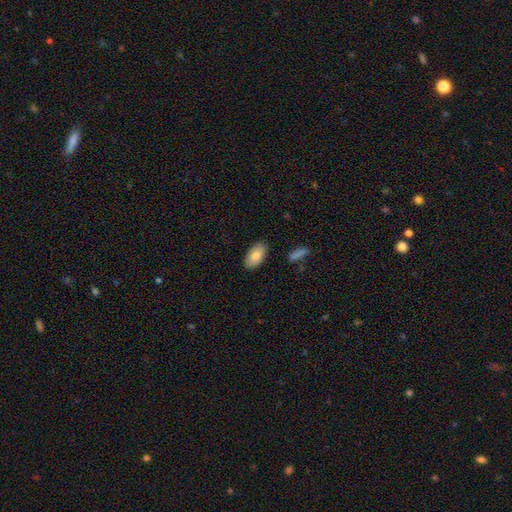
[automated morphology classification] type=smooth (82%); roundness=in between (95%); merging=none (87%).